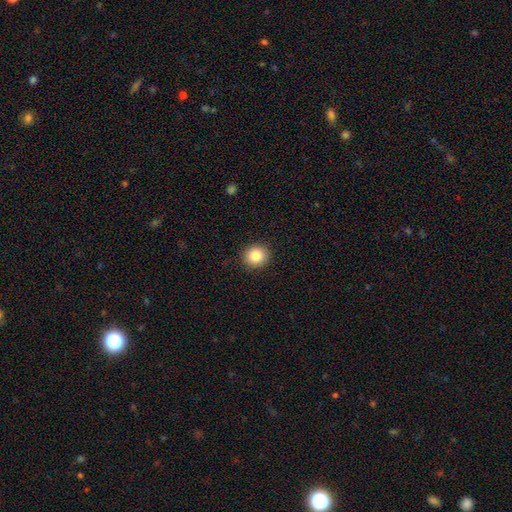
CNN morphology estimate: Overall: smooth (85%). How rounded: round (85%). Merging: none (91%).